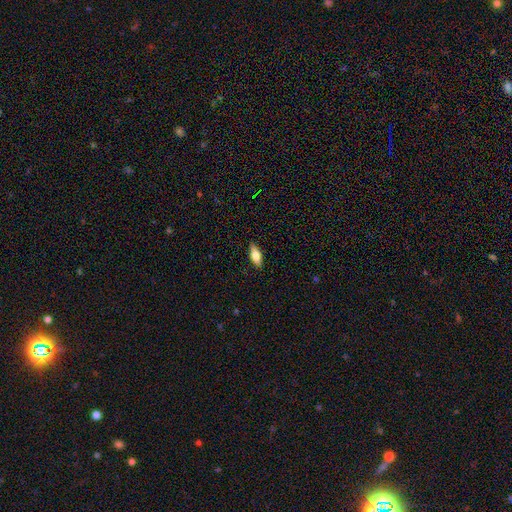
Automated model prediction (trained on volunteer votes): This is likely a smooth galaxy (73%). How rounded: likely in between (76%). Merging: clearly none (86%).